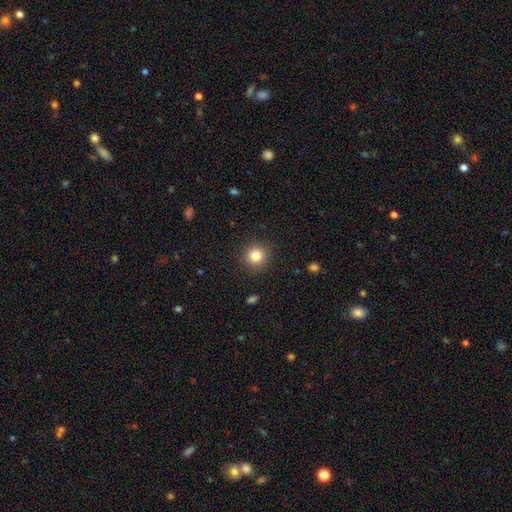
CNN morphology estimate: A smooth galaxy with no disk features (83%) that is round (93%).

Vote fractions:
- Smooth or featured? smooth: 83% / star or artifact: 11% / featured or disk: 6%
- How rounded? round: 93% / in between: 6% / cigar-shaped: 1%
- Merging? none: 90% / minor disturbance: 6% / major disturbance: 2% / merger: 1%